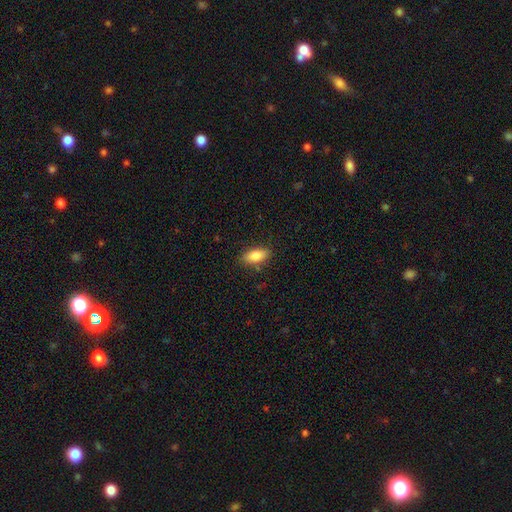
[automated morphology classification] Smooth or featured: smooth — 83% (featured or disk — 10%)
How rounded: in between — 85% (cigar-shaped — 12%)
Merging: none — 85% (minor disturbance — 11%)